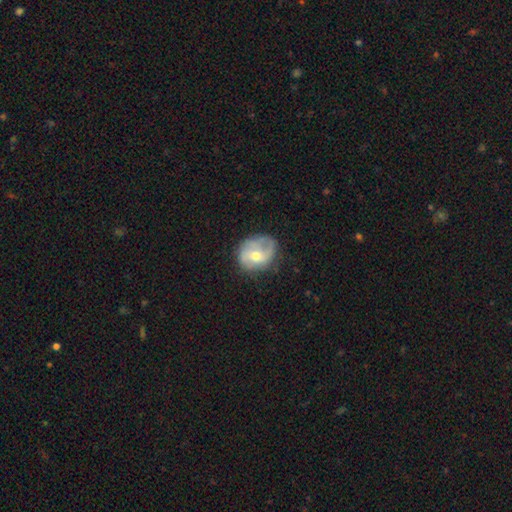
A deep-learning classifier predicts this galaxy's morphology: Smooth or featured?
  - featured or disk: 59% *
  - smooth: 34%
  - star or artifact: 7%
Edge-on disk?
  - no: 97% *
  - yes: 3%
Bar?
  - no: 56% *
  - weak: 35%
  - strong: 9%
Spiral arms?
  - yes: 78% *
  - no: 22%
Bulge size?
  - moderate: 57% *
  - small: 38%
  - large: 3%
  - none: 1%
  - dominant: 1%
Merging?
  - none: 61% *
  - minor disturbance: 26%
  - major disturbance: 12%
  - merger: 2%